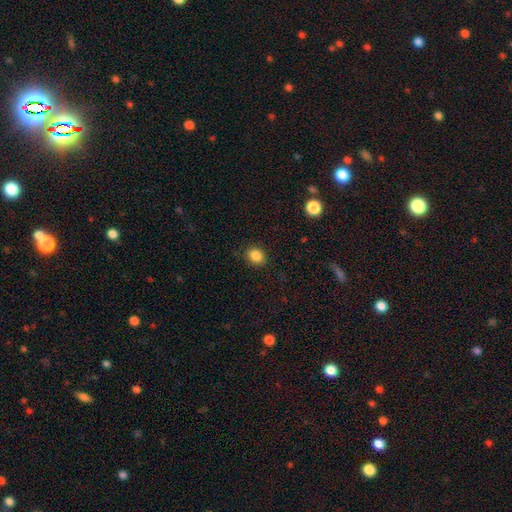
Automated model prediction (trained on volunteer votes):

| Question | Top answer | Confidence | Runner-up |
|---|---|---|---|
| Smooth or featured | smooth | 86% | star or artifact (10%) |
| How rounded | round | 58% | in between (41%) |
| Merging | none | 86% | minor disturbance (10%) |